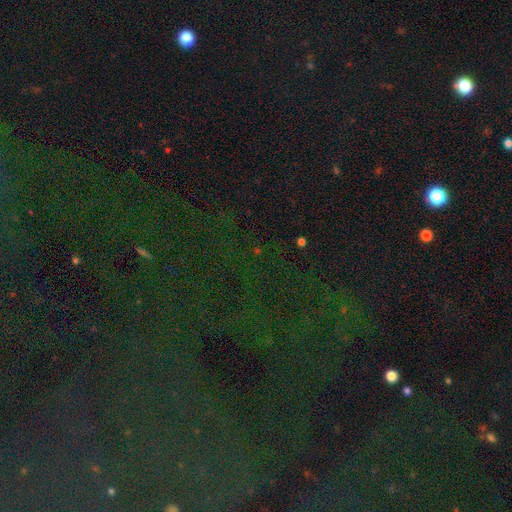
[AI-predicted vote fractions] smooth-or-featured: star or artifact: 83% | smooth: 9% | featured or disk: 8%